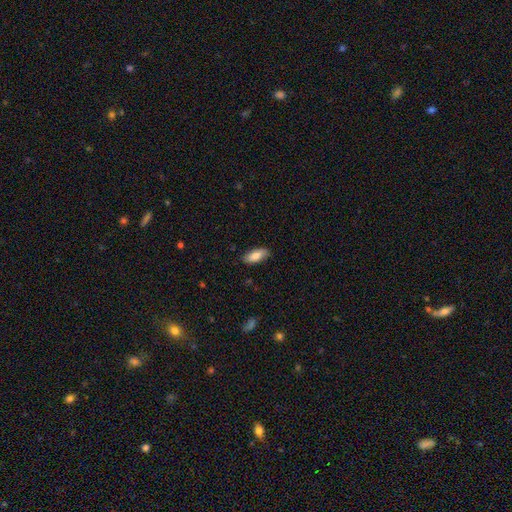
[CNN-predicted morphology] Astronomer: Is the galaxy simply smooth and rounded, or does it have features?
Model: smooth — 81%.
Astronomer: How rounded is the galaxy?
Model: in between — 81%.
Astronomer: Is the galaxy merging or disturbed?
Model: none — 84%.